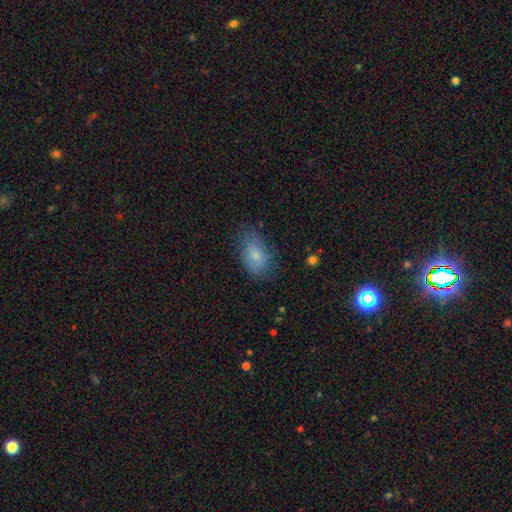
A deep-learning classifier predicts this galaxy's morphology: smooth_or_featured: smooth (p=0.76) [alt: featured or disk p=0.17]
how_rounded: in between (p=0.90) [alt: round p=0.08]
merging: none (p=0.65) [alt: minor disturbance p=0.25]